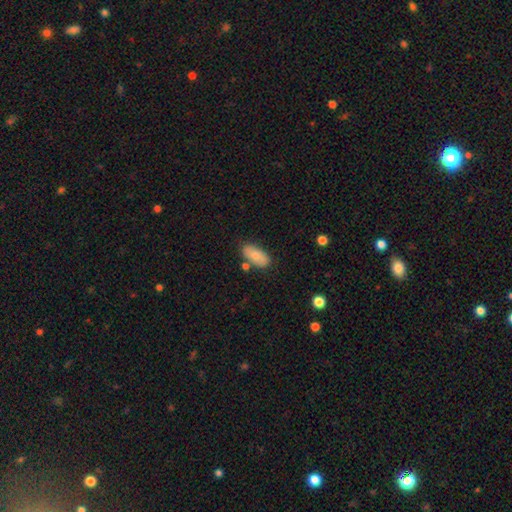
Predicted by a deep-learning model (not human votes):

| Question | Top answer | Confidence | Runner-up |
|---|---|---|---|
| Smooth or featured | smooth | 79% | featured or disk (14%) |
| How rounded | in between | 91% | cigar-shaped (6%) |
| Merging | none | 72% | minor disturbance (16%) |